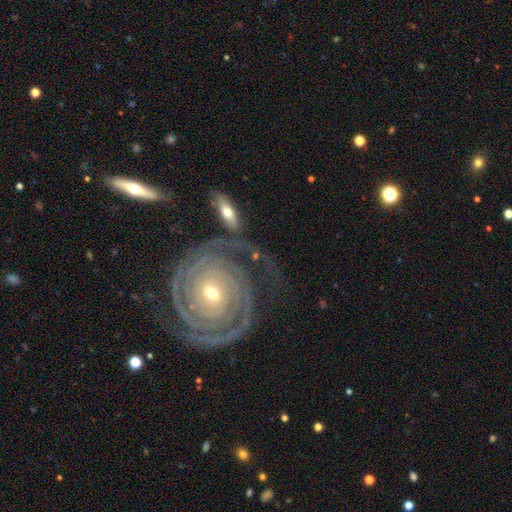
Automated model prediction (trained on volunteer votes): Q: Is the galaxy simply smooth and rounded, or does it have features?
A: featured or disk — 84%.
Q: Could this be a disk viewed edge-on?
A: no — 94%.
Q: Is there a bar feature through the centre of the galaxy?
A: no — 68%.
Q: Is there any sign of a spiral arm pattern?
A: yes — 95%.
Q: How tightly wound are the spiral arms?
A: tight — 82%.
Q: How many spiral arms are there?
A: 2 — 63%.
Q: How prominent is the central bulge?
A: small — 54%.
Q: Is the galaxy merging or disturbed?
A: none — 62%.